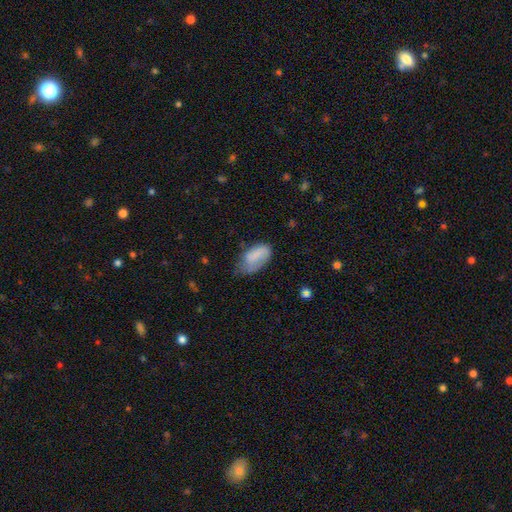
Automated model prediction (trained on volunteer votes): Smooth or featured?
  - smooth: 78% *
  - featured or disk: 15%
  - star or artifact: 7%
How rounded?
  - in between: 94% *
  - round: 3%
  - cigar-shaped: 3%
Merging?
  - minor disturbance: 41% *
  - none: 38%
  - major disturbance: 18%
  - merger: 3%